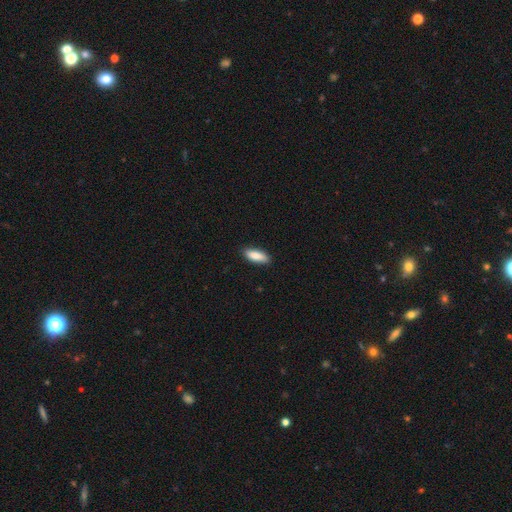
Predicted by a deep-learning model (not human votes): Smooth or featured: smooth — 87% (featured or disk — 8%)
How rounded: in between — 69% (cigar-shaped — 29%)
Merging: none — 88% (minor disturbance — 10%)